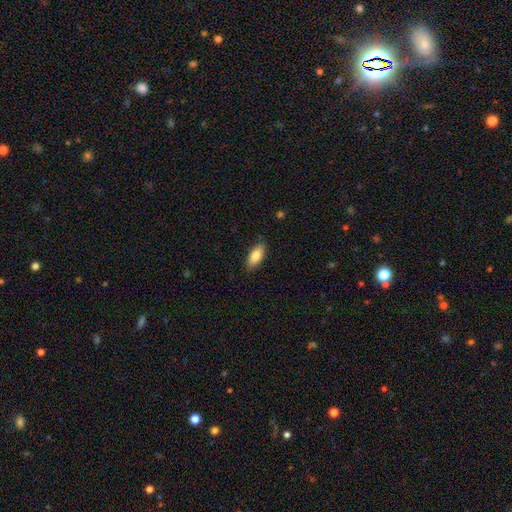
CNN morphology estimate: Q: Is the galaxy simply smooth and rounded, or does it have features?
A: smooth — 83%.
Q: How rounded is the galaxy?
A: in between — 85%.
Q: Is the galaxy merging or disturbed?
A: none — 87%.